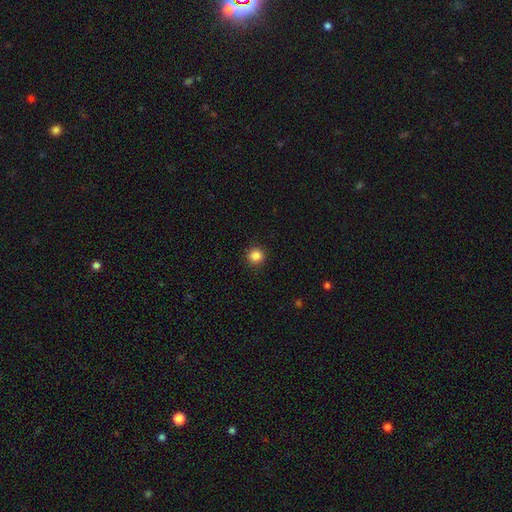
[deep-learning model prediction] Smooth or featured? Predicted: smooth (p=0.86). How rounded? Predicted: round (p=0.93). Merging? Predicted: none (p=0.92).